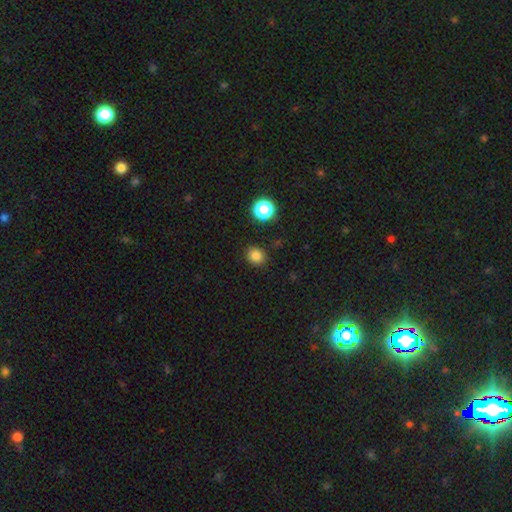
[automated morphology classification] Smooth or featured? smooth (81%)
How rounded? round (73%)
Merging? none (88%)